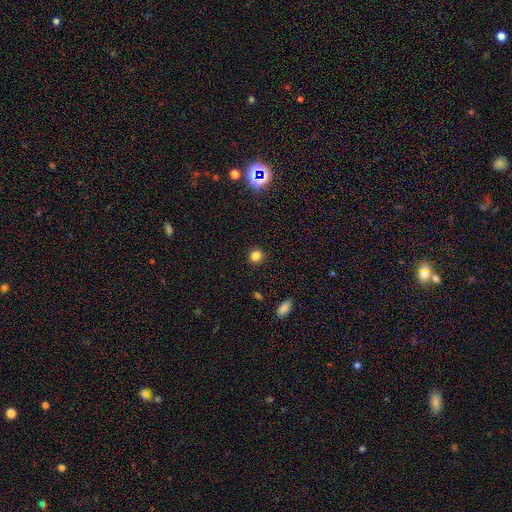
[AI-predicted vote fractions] The model was most divided on "smooth or featured": smooth: 83%, star or artifact: 13%, featured or disk: 4%. More confident: merging — none (90%); how rounded — round (85%).